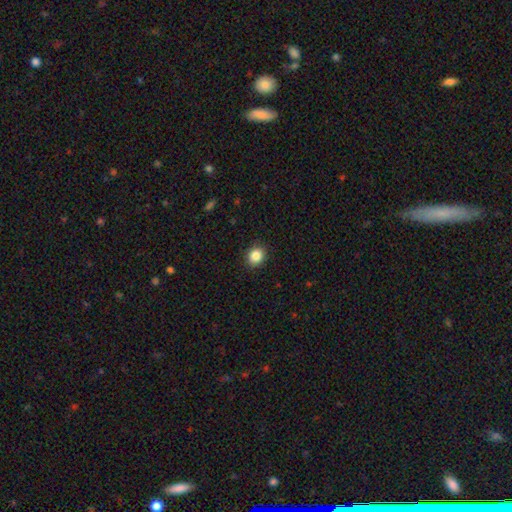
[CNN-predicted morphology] This appears to be a smooth galaxy with no disk features (86%) that is round (73%). Merging: none (90%).